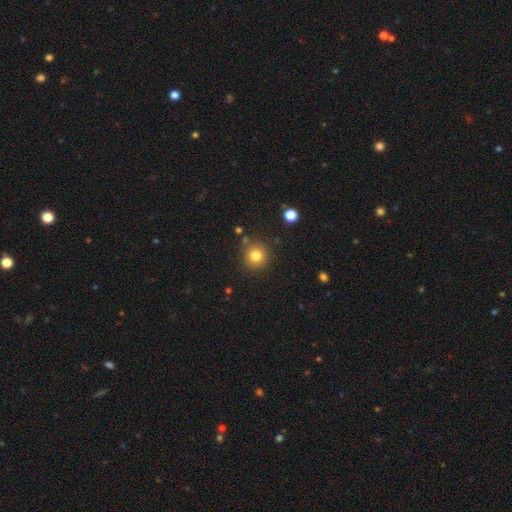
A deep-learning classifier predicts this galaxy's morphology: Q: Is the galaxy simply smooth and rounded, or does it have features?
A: smooth — 80%.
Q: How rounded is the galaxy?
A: round — 93%.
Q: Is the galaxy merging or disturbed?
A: none — 85%.